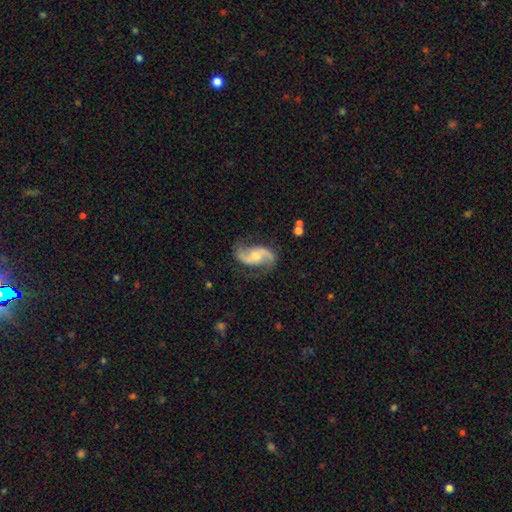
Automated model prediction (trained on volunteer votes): Overall: featured or disk (89%). Edge-on disk: no (97%). Bar: no (51%; weak 37%). Spiral arms: yes (97%). Spiral arm count: 2 (94%). Spiral winding: loose (55%; medium 36%). Bulge size: moderate (49%; small 41%). Merging: none (76%).